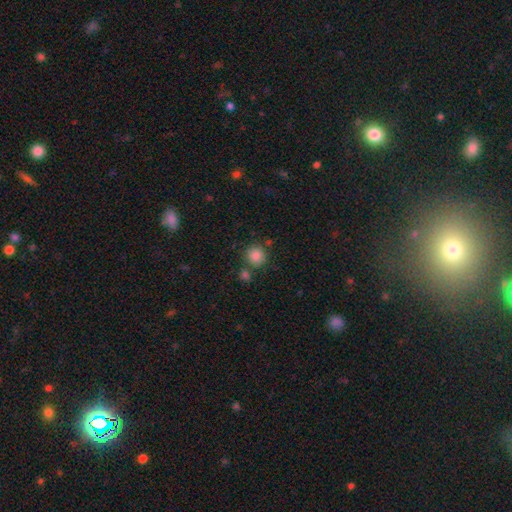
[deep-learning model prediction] Smooth or featured?
  - smooth: 85% *
  - star or artifact: 10%
  - featured or disk: 5%
How rounded?
  - round: 90% *
  - in between: 9%
  - cigar-shaped: 1%
Merging?
  - none: 74% *
  - merger: 13%
  - minor disturbance: 10%
  - major disturbance: 3%